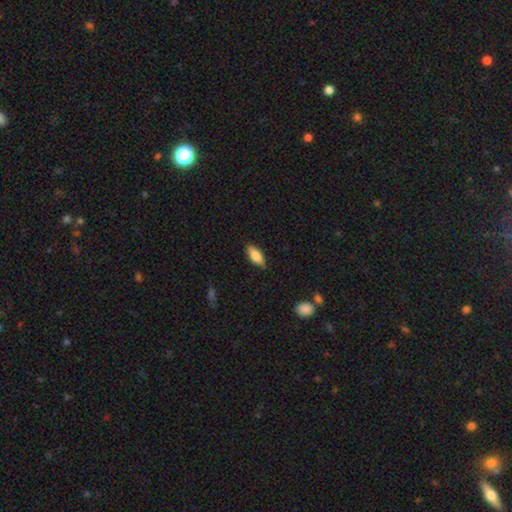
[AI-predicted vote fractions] The model was most divided on "how rounded": in between: 77%, cigar-shaped: 21%, round: 2%. More confident: merging — none (85%); smooth or featured — smooth (76%).